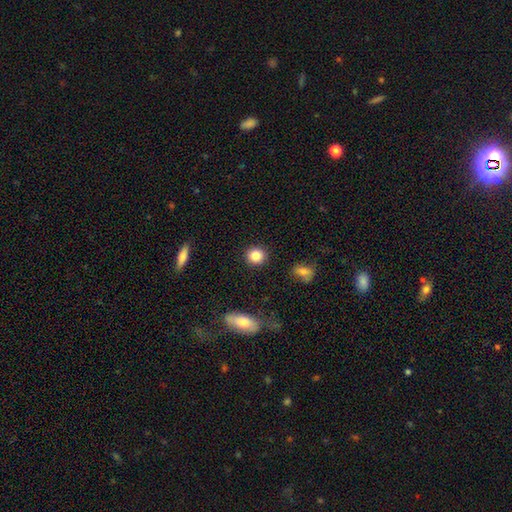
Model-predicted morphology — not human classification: The model was most divided on "smooth or featured": smooth: 85%, star or artifact: 9%, featured or disk: 6%. More confident: merging — none (91%); how rounded — round (89%).